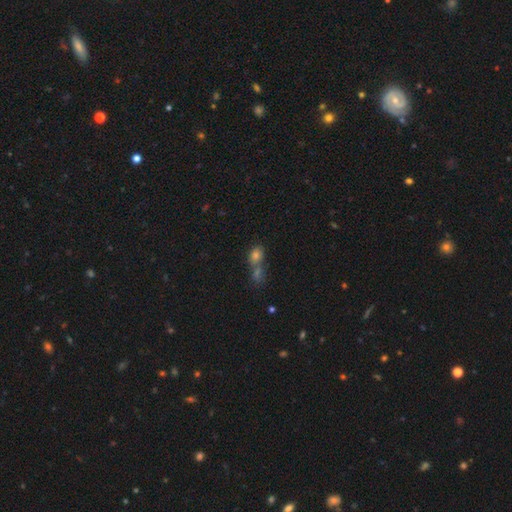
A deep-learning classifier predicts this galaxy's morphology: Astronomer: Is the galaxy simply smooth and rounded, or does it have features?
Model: smooth — 68%.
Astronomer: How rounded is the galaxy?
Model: in between — 53% (runner-up: round, 44%).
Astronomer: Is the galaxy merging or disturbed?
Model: merger — 54% (runner-up: none, 34%).